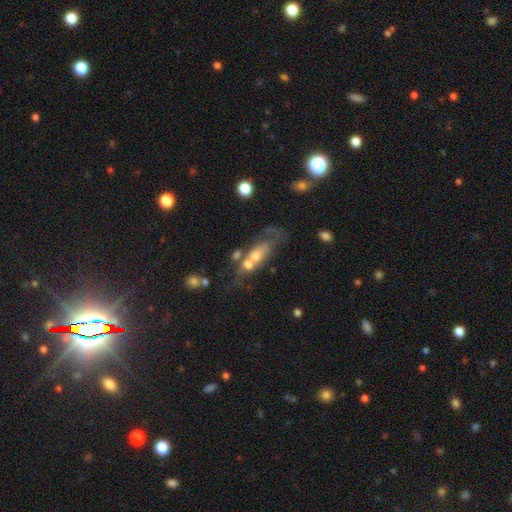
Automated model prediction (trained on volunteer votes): Q: Smooth or featured?
A: smooth (47%); runner-up: featured or disk (42%)
Q: Merging?
A: merger (42%); runner-up: none (28%)